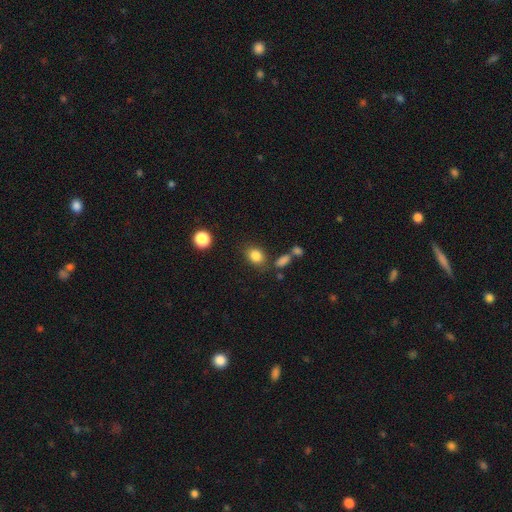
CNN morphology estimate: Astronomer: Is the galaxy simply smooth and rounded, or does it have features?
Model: smooth — 83%.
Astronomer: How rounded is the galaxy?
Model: in between — 66%.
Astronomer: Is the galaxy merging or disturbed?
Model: none — 75%.